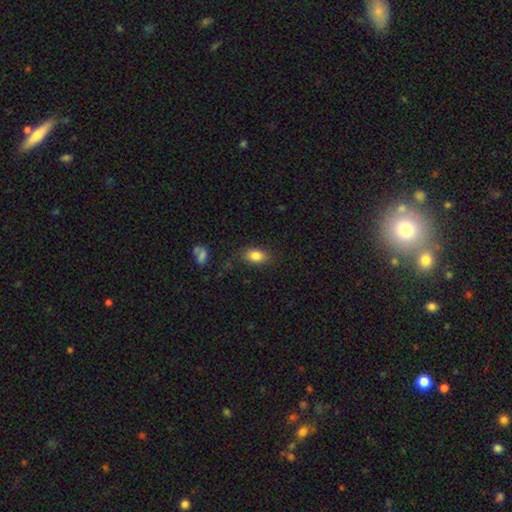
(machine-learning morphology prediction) The model was most divided on "merging": none: 82%, minor disturbance: 13%, major disturbance: 3%, merger: 2%. More confident: how rounded — in between (84%); smooth or featured — smooth (83%).